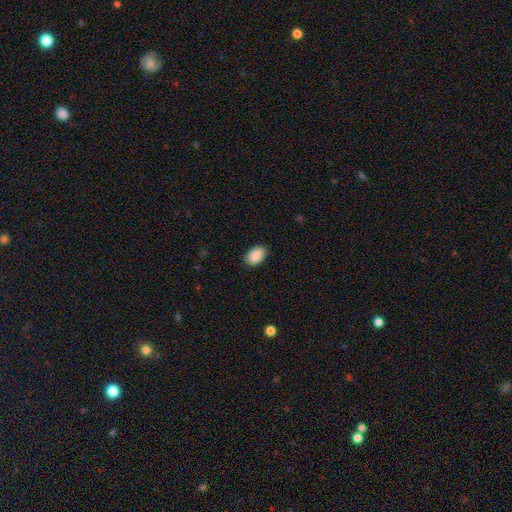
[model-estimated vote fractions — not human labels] This appears to be a smooth galaxy with no disk features (91%) that is in between round and cigar-shaped (90%). Merging: none (87%).